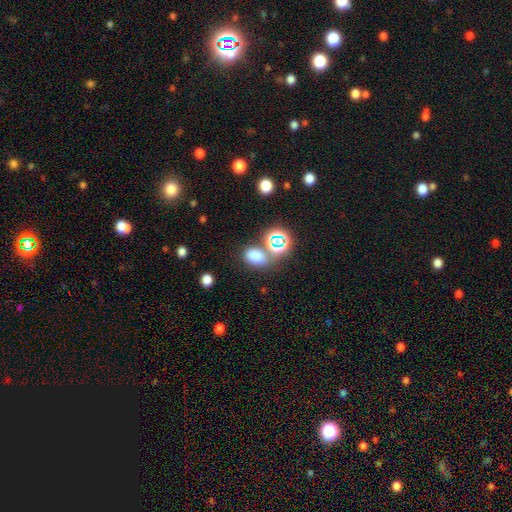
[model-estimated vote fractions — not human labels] Q: Smooth or featured?
A: smooth (72%); runner-up: star or artifact (22%)
Q: How rounded?
A: in between (64%); runner-up: round (34%)
Q: Merging?
A: none (66%); runner-up: merger (18%)